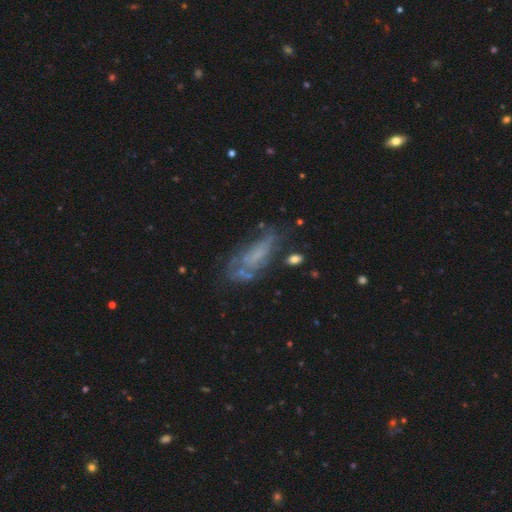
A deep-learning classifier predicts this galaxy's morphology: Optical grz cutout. It shows a featured or disk galaxy (55%). Merging: none (45%).